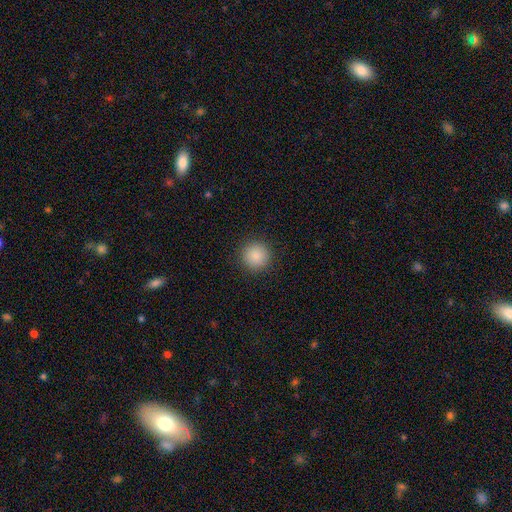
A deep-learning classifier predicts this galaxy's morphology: A smooth galaxy with no disk features (87%) that is round (95%).

Vote fractions:
- Smooth or featured? smooth: 87% / star or artifact: 9% / featured or disk: 3%
- How rounded? round: 95% / in between: 4% / cigar-shaped: 1%
- Merging? none: 91% / minor disturbance: 6% / major disturbance: 2% / merger: 1%